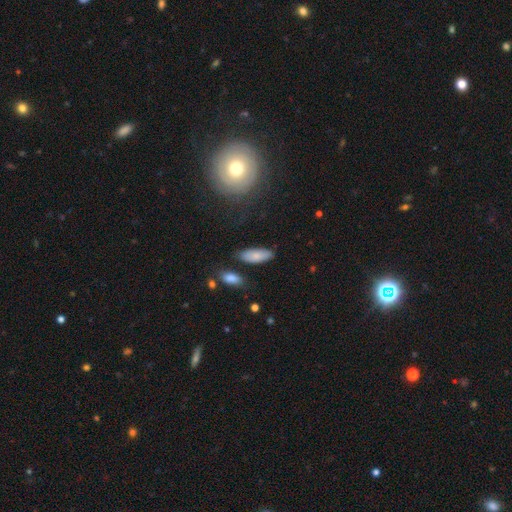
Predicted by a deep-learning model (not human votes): This is clearly a smooth galaxy (83%). How rounded: likely in between (78%). Merging: likely none (80%).